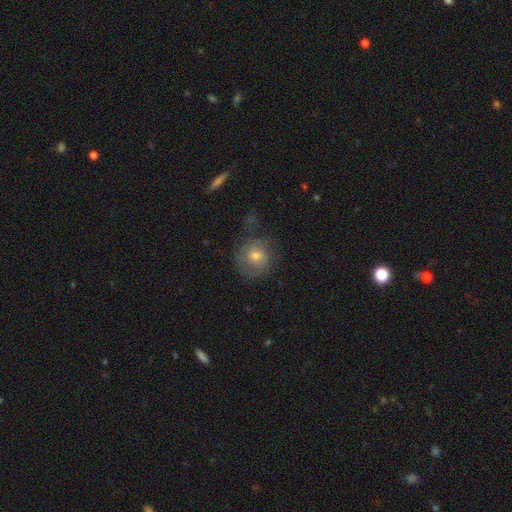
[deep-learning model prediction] Smooth or featured? smooth (45%)
Merging? none (65%)